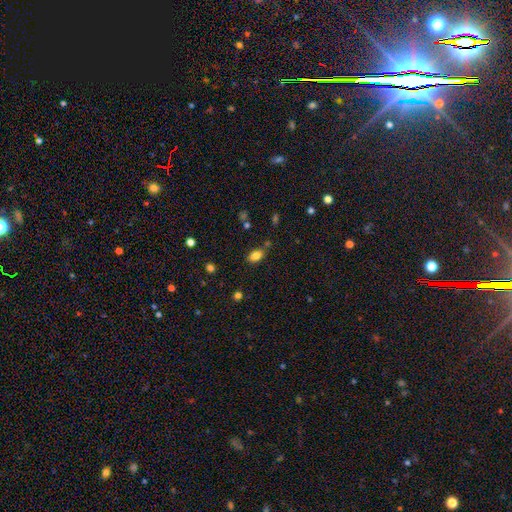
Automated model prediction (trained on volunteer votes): Smooth or featured? Predicted: smooth (p=0.83). How rounded? Predicted: in between (p=0.84). Merging? Predicted: none (p=0.75).